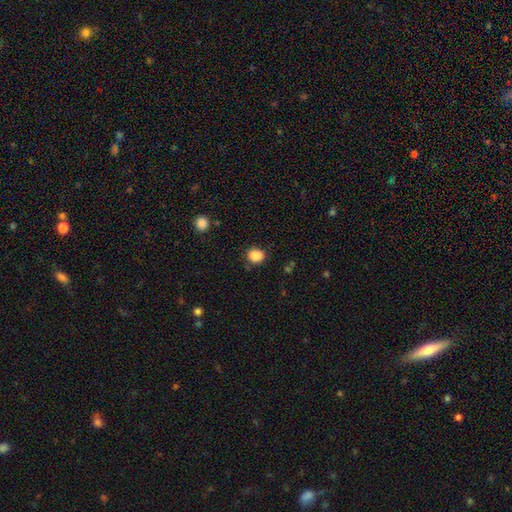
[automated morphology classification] Smooth or featured?
  - smooth: 87% *
  - star or artifact: 10%
  - featured or disk: 3%
How rounded?
  - round: 63% *
  - in between: 36%
  - cigar-shaped: 1%
Merging?
  - none: 79% *
  - minor disturbance: 14%
  - major disturbance: 4%
  - merger: 2%